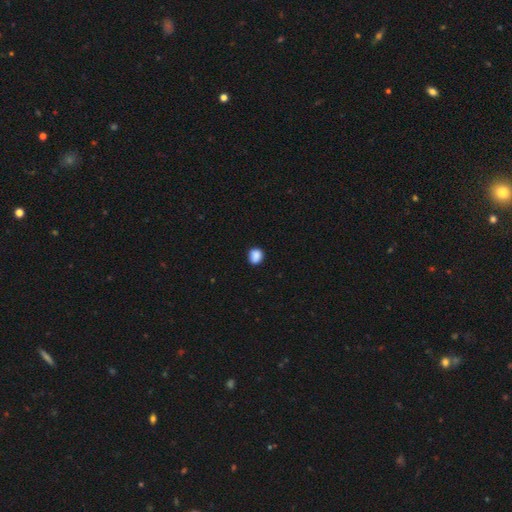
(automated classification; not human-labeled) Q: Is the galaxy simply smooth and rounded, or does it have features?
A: smooth — 88%.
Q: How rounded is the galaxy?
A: round — 68%.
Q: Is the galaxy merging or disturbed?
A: none — 84%.